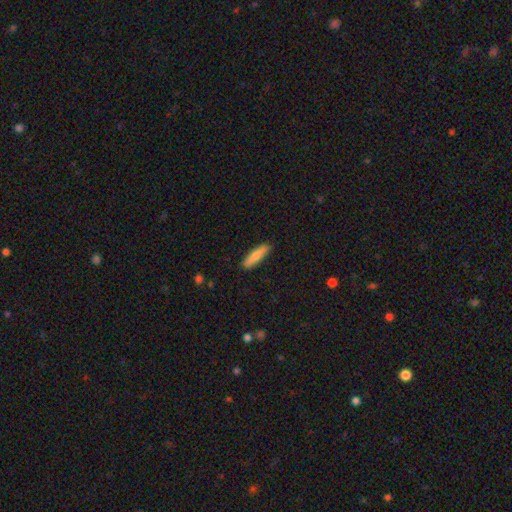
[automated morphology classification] Smooth or featured? smooth (74%)
How rounded? cigar-shaped (79%)
Merging? none (88%)